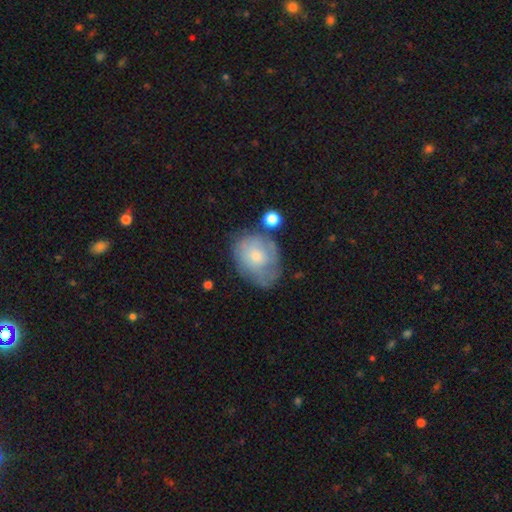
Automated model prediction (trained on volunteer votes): smooth 54%, featured or disk 37%, star or artifact 8%. Down the decision tree: how rounded — in between (62%); merging — none (54%).